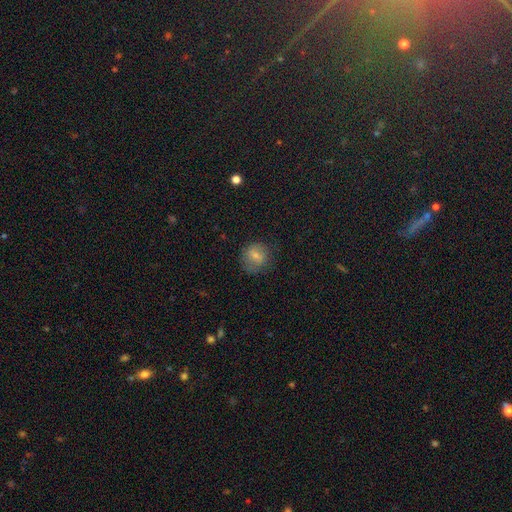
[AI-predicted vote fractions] smooth_or_featured: smooth (p=0.73) [alt: featured or disk p=0.17]
how_rounded: round (p=0.81) [alt: in between p=0.17]
merging: none (p=0.75) [alt: minor disturbance p=0.17]